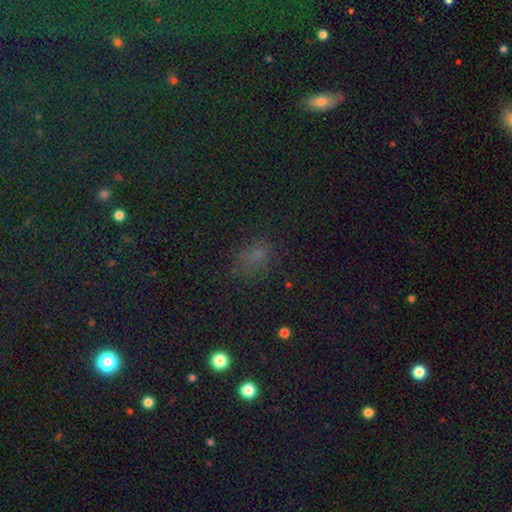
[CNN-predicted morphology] Q: Smooth or featured?
A: smooth (61%); runner-up: star or artifact (30%)
Q: How rounded?
A: in between (61%); runner-up: round (37%)
Q: Merging?
A: none (64%); runner-up: minor disturbance (22%)